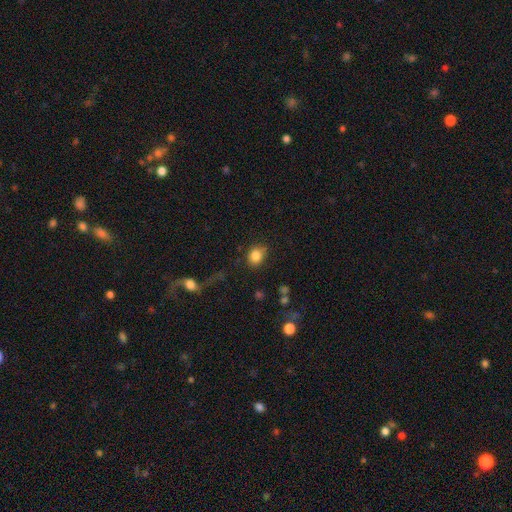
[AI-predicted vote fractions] The model was most divided on "how rounded": round: 61%, in between: 37%, cigar-shaped: 1%. More confident: smooth or featured — smooth (84%); merging — none (74%).